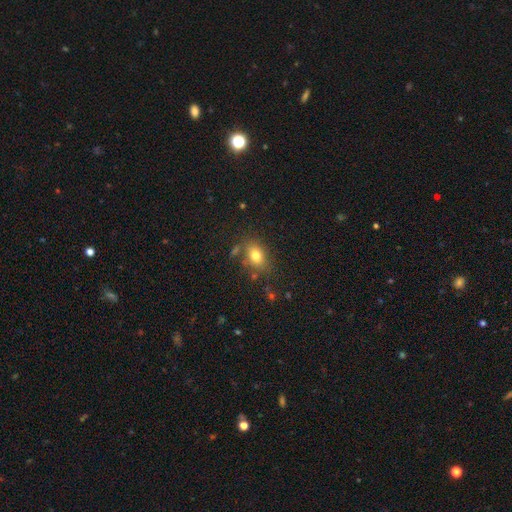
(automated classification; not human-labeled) The model was most divided on "how rounded": in between: 72%, round: 26%, cigar-shaped: 2%. More confident: smooth or featured — smooth (77%); merging — none (73%).